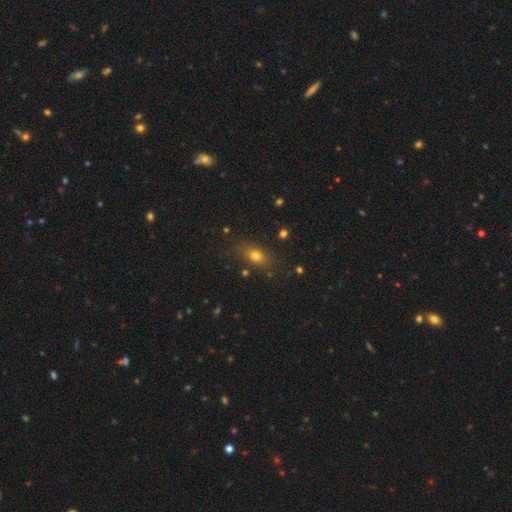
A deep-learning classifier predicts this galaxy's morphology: smooth 73%, star or artifact 14%, featured or disk 13%. Down the decision tree: how rounded — in between (72%); merging — none (78%).